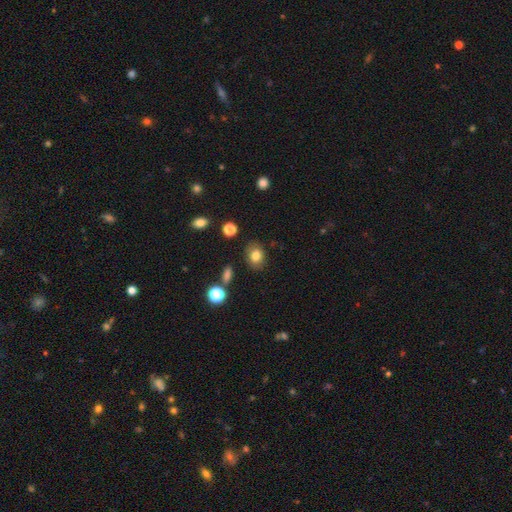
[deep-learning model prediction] A smooth galaxy with no disk features (80%) that is in between round and cigar-shaped (62%).

Vote fractions:
- Smooth or featured? smooth: 80% / star or artifact: 11% / featured or disk: 9%
- How rounded? in between: 62% / round: 37% / cigar-shaped: 1%
- Merging? none: 84% / minor disturbance: 10% / major disturbance: 3% / merger: 2%